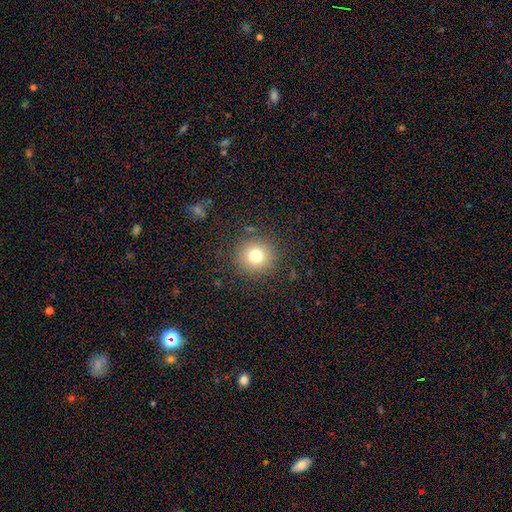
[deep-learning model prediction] A smooth galaxy with no disk features (76%) that is round (93%). Merging: none (88%).